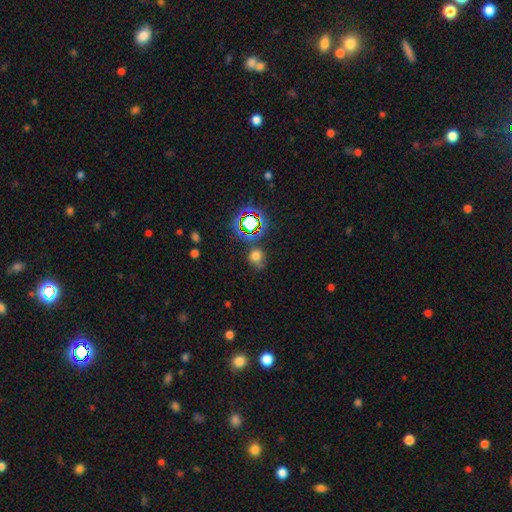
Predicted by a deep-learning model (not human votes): Smooth or featured? Predicted: smooth (p=0.64). How rounded? Predicted: round (p=0.69). Merging? Predicted: none (p=0.62).